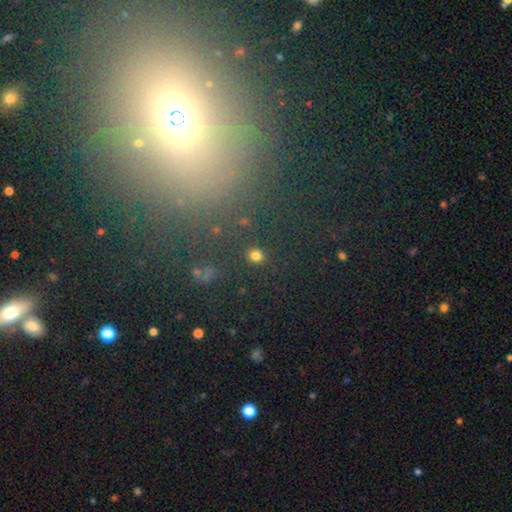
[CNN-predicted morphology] smooth_or_featured: smooth (p=0.79) [alt: star or artifact p=0.16]
how_rounded: round (p=0.83) [alt: in between p=0.15]
merging: none (p=0.88) [alt: minor disturbance p=0.07]